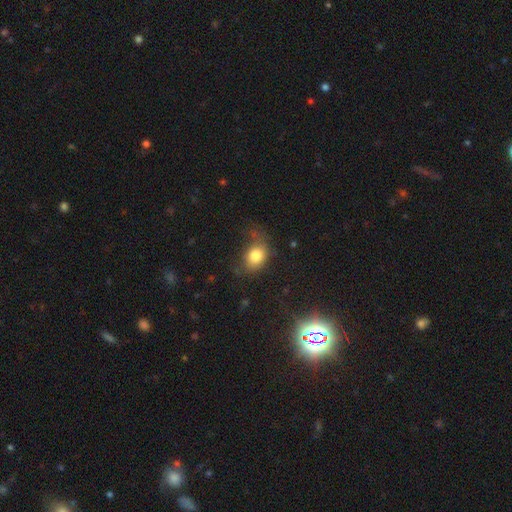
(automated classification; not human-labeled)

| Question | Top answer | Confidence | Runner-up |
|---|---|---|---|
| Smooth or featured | smooth | 80% | star or artifact (10%) |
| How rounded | in between | 56% | round (42%) |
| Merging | none | 55% | minor disturbance (26%) |